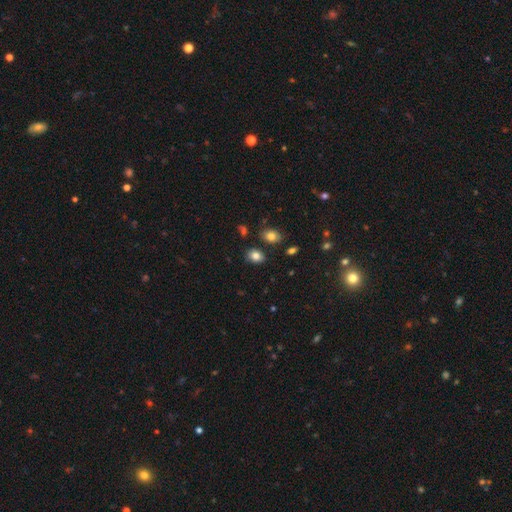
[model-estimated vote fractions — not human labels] This is clearly a smooth galaxy (83%). How rounded: likely in between (73%). Merging: clearly none (80%).